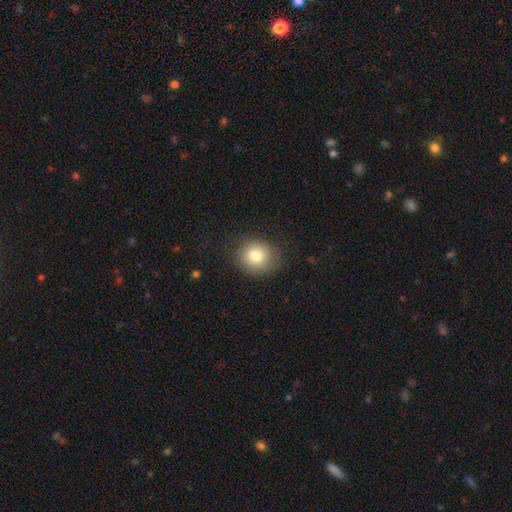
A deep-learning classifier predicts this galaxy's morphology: Smooth or featured?
  - smooth: 80% *
  - star or artifact: 10%
  - featured or disk: 10%
How rounded?
  - round: 80% *
  - in between: 19%
  - cigar-shaped: 1%
Merging?
  - none: 83% *
  - minor disturbance: 12%
  - major disturbance: 4%
  - merger: 1%